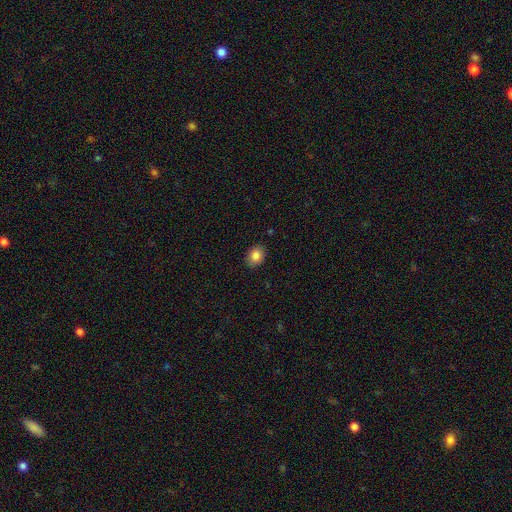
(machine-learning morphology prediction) Overall: smooth (84%). How rounded: in between (61%; round 38%). Merging: none (88%).